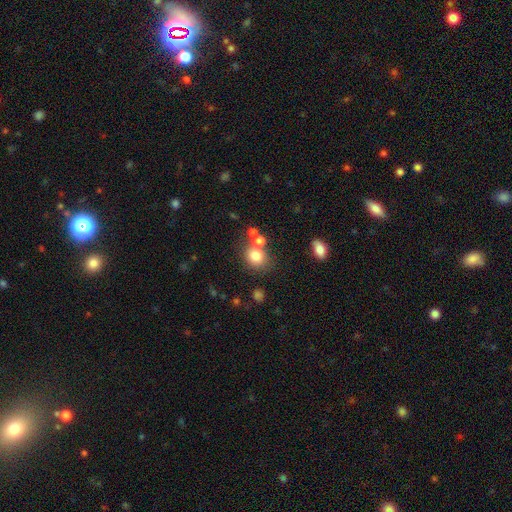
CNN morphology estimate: The model was most divided on "merging": none: 60%, merger: 24%, minor disturbance: 12%, major disturbance: 5%. More confident: smooth or featured — smooth (78%); how rounded — round (74%).